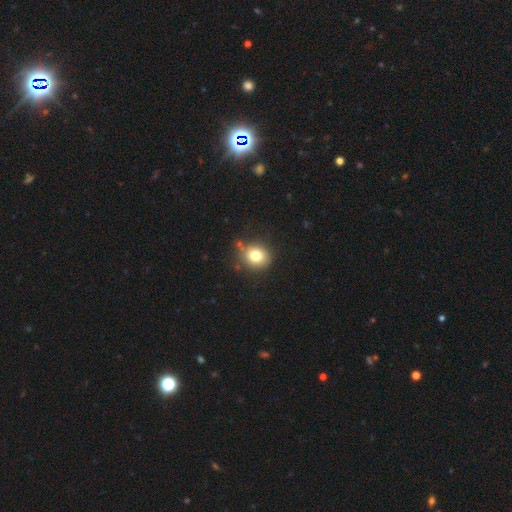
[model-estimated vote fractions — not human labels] Morphology: type=smooth (77%); roundness=round (82%); merging=none (77%).